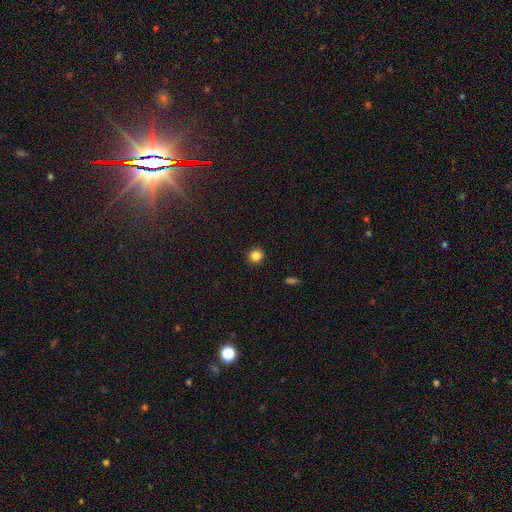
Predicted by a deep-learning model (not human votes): Q: Smooth or featured?
A: smooth (85%); runner-up: star or artifact (11%)
Q: How rounded?
A: round (90%); runner-up: in between (9%)
Q: Merging?
A: none (92%); runner-up: minor disturbance (5%)